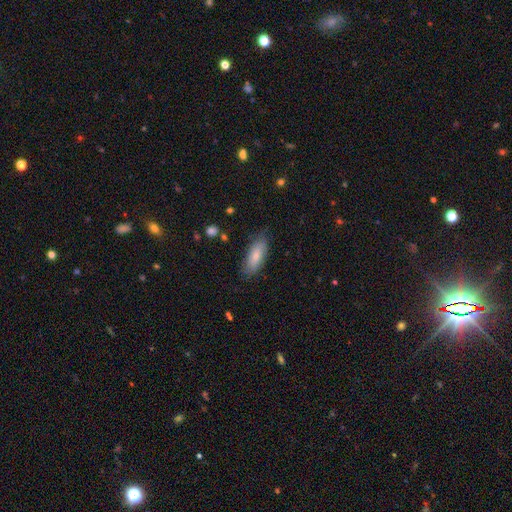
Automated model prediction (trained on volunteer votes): Morphology: type=smooth (77%); roundness=in between (76%); merging=none (79%).